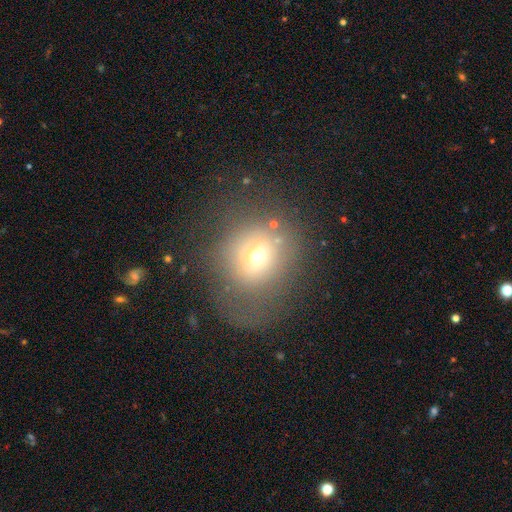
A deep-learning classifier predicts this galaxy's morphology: smooth 60%, featured or disk 24%, star or artifact 16%. Down the decision tree: how rounded — round (76%); merging — none (46%).